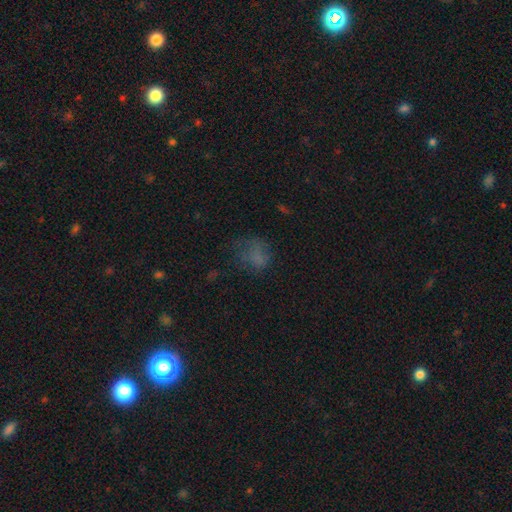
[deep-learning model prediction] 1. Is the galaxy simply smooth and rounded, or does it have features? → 60% smooth, 22% star or artifact, 18% featured or disk.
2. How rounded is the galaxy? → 58% round, 40% in between, 2% cigar-shaped.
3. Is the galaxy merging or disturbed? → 45% none, 29% major disturbance, 23% minor disturbance, 3% merger.